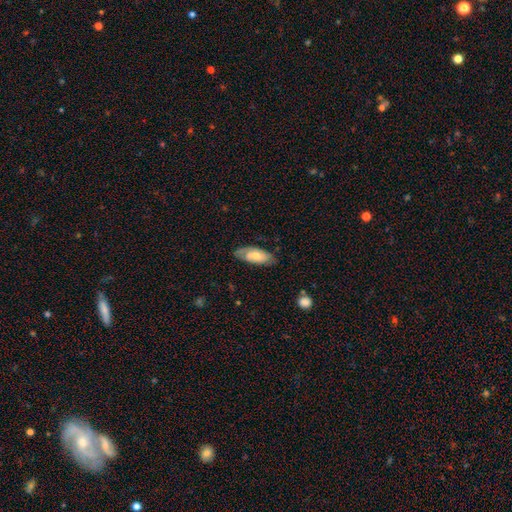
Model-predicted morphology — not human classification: Smooth or featured: smooth — 52% (featured or disk — 42%)
How rounded: in between — 83% (cigar-shaped — 14%)
Merging: none — 70% (minor disturbance — 22%)